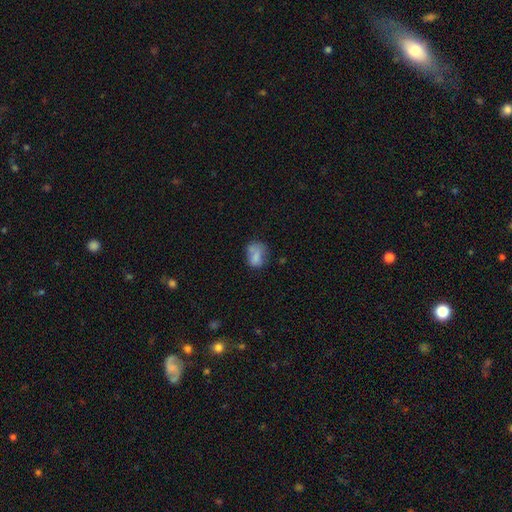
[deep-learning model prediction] smooth-or-featured: smooth: 72% | featured or disk: 18% | star or artifact: 10%
  how-rounded: in between: 57% | round: 41% | cigar-shaped: 1%
  merging: none: 41% | minor disturbance: 27% | merger: 17% | major disturbance: 16%